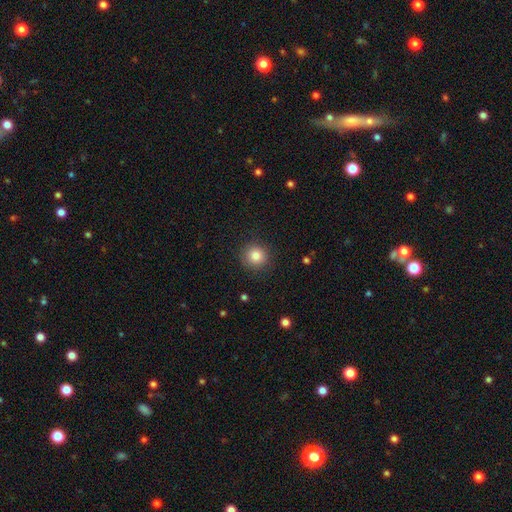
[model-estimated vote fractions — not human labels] Overall: smooth (82%). How rounded: round (93%). Merging: none (89%).